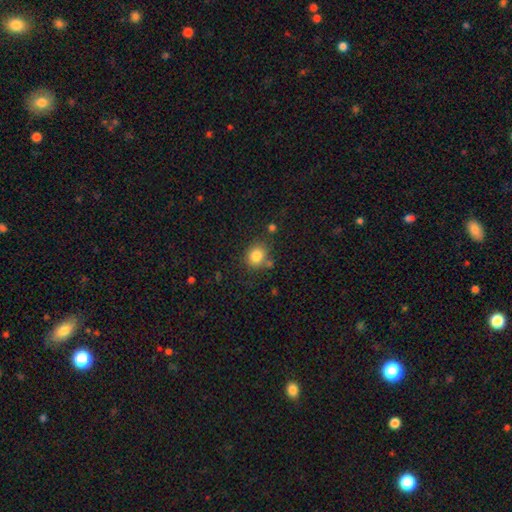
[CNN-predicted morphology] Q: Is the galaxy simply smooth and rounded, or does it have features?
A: smooth — 82%.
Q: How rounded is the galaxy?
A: round — 75%.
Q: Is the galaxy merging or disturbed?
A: none — 75%.